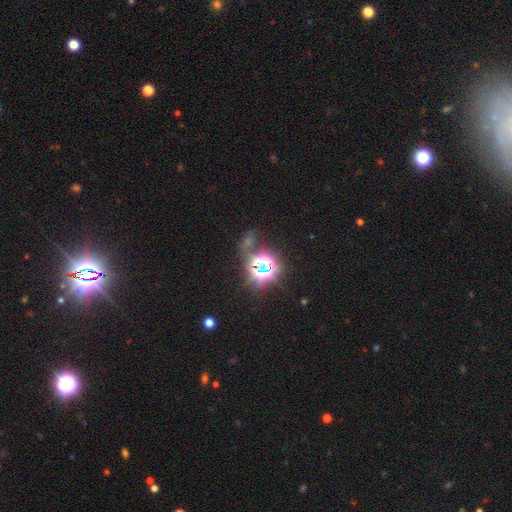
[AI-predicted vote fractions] Overall: star or artifact (75%).